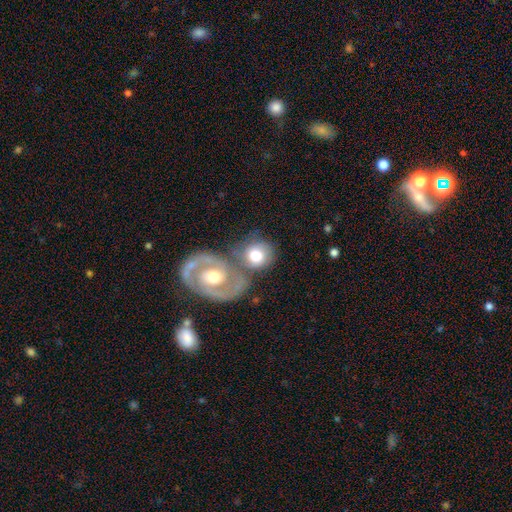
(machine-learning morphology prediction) smooth_or_featured: smooth (p=0.47) [tied with: featured or disk p=0.47]
merging: merger (p=0.45) [alt: none p=0.38]